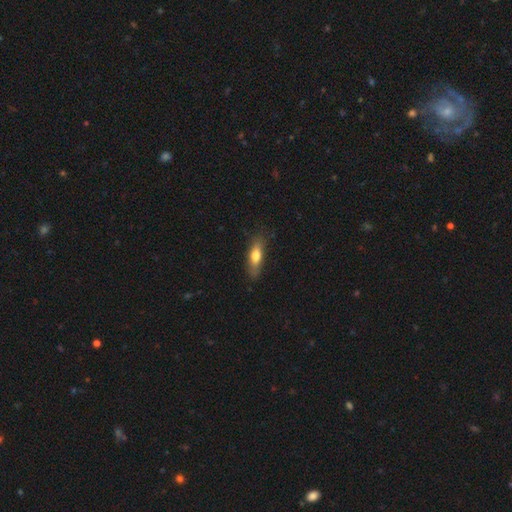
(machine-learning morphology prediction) smooth-or-featured: smooth: 68% | featured or disk: 26% | star or artifact: 7%
  how-rounded: in between: 49% | cigar-shaped: 48% | round: 3%
  merging: none: 76% | minor disturbance: 18% | major disturbance: 4% | merger: 1%